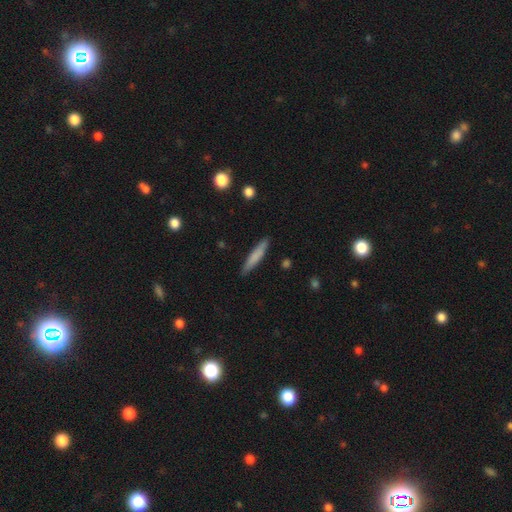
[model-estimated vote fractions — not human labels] Overall: smooth (74%). How rounded: cigar-shaped (91%). Merging: none (88%).